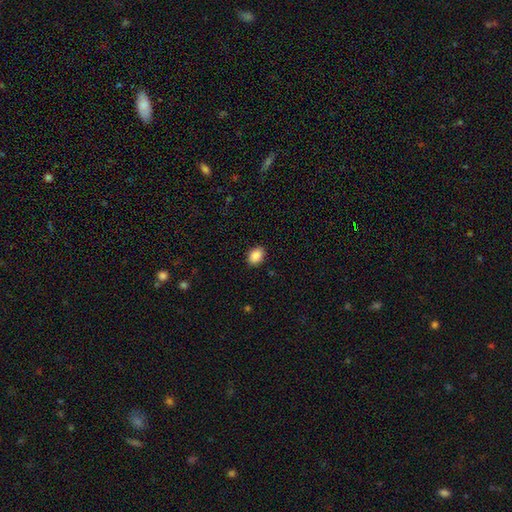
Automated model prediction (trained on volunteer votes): Smooth or featured? smooth (89%)
How rounded? in between (73%)
Merging? none (88%)